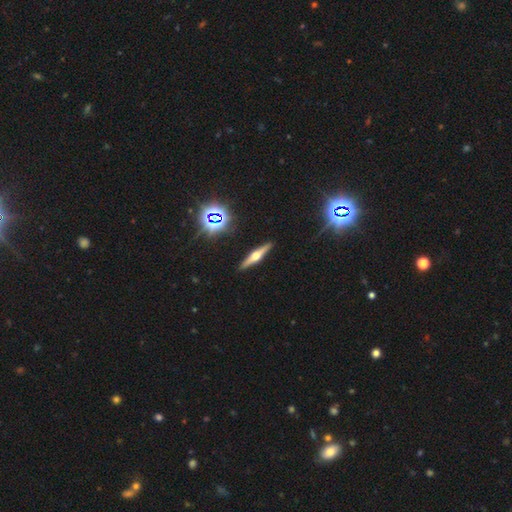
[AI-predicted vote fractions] Morphology: type=featured or disk (70%); edge-on=yes (97%); edge-on bulge=rounded (95%); merging=none (91%).